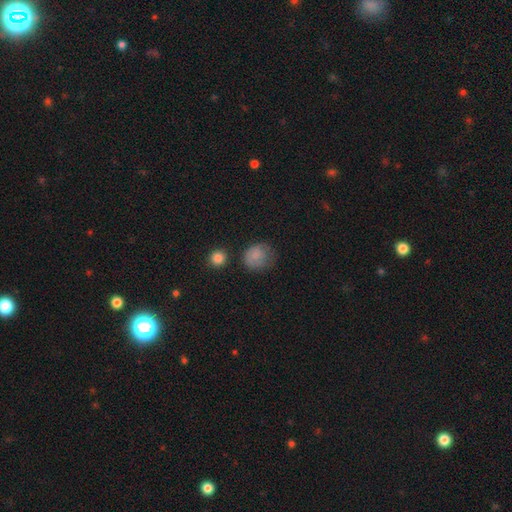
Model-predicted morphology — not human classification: smooth-or-featured: smooth: 81% | featured or disk: 10% | star or artifact: 9%
  how-rounded: round: 74% | in between: 25% | cigar-shaped: 1%
  merging: none: 57% | minor disturbance: 28% | major disturbance: 12% | merger: 3%